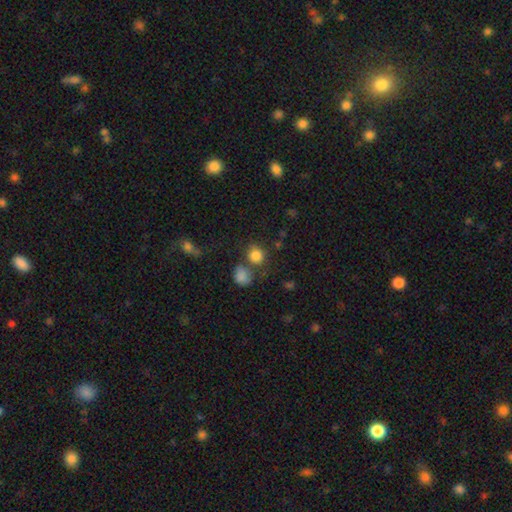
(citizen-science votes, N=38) This is clearly a smooth galaxy (82%). How rounded: likely round (77%). Merging: possibly none (51%).